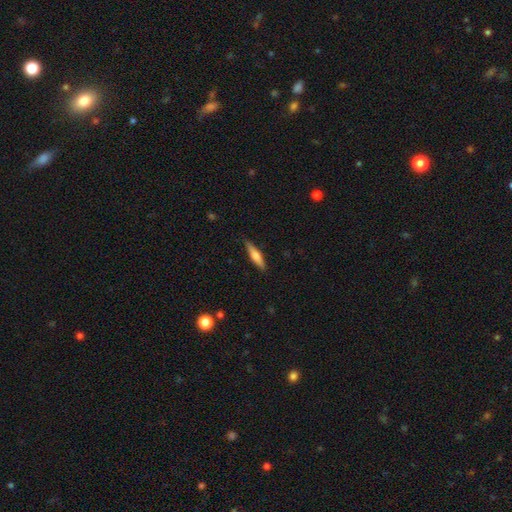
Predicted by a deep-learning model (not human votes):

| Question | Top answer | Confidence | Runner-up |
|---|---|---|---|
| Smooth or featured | smooth | 57% | featured or disk (37%) |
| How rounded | cigar-shaped | 80% | in between (18%) |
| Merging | none | 87% | minor disturbance (10%) |